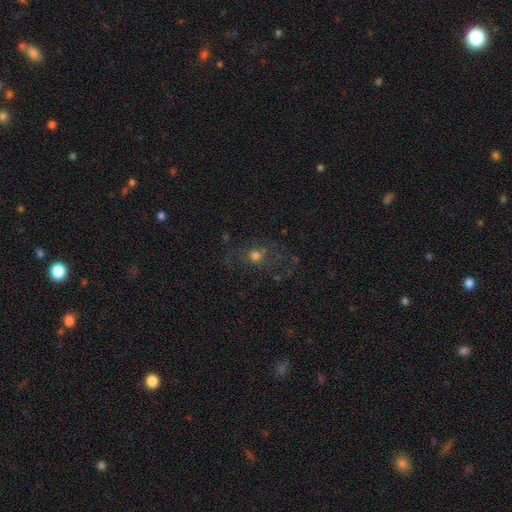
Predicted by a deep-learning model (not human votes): A smooth galaxy with no disk features (42%).

Vote fractions:
- Smooth or featured? smooth: 42% / featured or disk: 38% / star or artifact: 20%
- Merging? none: 53% / major disturbance: 26% / minor disturbance: 18% / merger: 3%